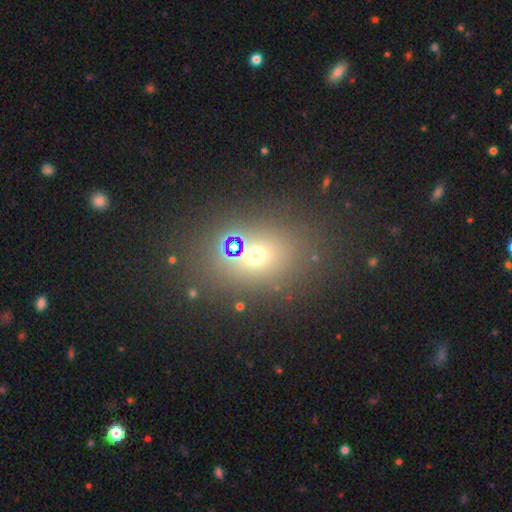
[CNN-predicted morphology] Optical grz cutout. It shows a smooth galaxy with no disk features (55%) that is round (52%). Merging: none (74%).